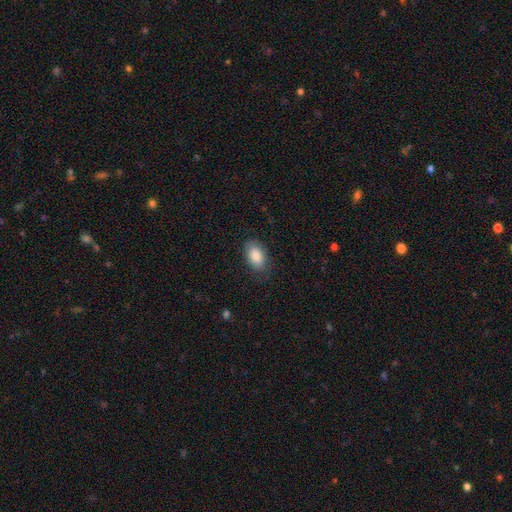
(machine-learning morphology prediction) Smooth or featured?
  - smooth: 86% *
  - featured or disk: 8%
  - star or artifact: 6%
How rounded?
  - in between: 92% *
  - round: 6%
  - cigar-shaped: 2%
Merging?
  - none: 77% *
  - minor disturbance: 17%
  - major disturbance: 5%
  - merger: 1%